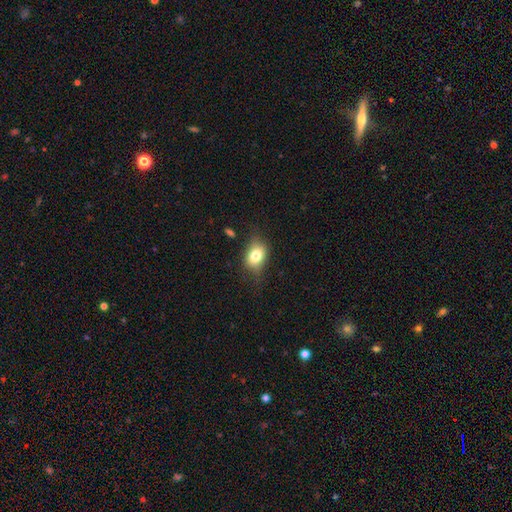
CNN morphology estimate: Overall: smooth (76%). How rounded: in between (71%). Merging: none (66%).